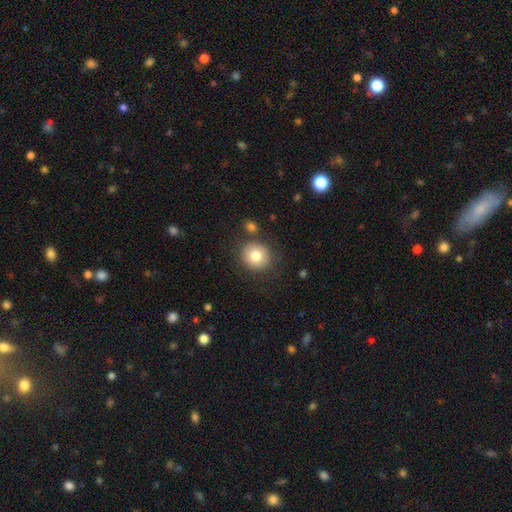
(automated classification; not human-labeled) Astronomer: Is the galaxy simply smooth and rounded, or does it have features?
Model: smooth — 80%.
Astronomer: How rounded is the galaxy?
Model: round — 88%.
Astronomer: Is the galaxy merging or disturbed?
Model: none — 80%.